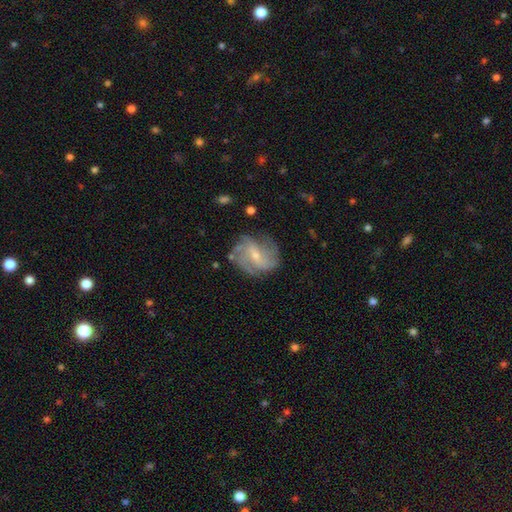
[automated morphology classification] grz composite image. It shows a featured or disk galaxy (75%) with a weak bar (51%), medium (43%) spiral arms (88%) and a small central bulge (61%). Merging: none (67%).